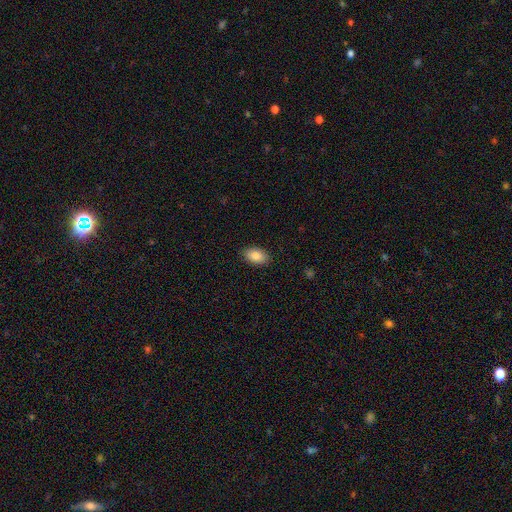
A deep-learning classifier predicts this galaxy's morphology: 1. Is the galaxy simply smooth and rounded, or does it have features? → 86% smooth, 8% featured or disk, 7% star or artifact.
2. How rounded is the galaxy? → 93% in between, 5% round, 2% cigar-shaped.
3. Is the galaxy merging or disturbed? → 88% none, 9% minor disturbance, 2% major disturbance, 1% merger.